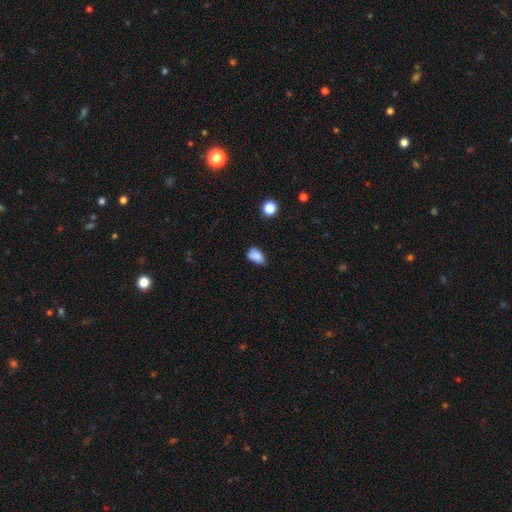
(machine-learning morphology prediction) Smooth or featured?
  - smooth: 84% *
  - star or artifact: 10%
  - featured or disk: 6%
How rounded?
  - in between: 87% *
  - round: 11%
  - cigar-shaped: 2%
Merging?
  - none: 50% *
  - minor disturbance: 40%
  - major disturbance: 8%
  - merger: 3%